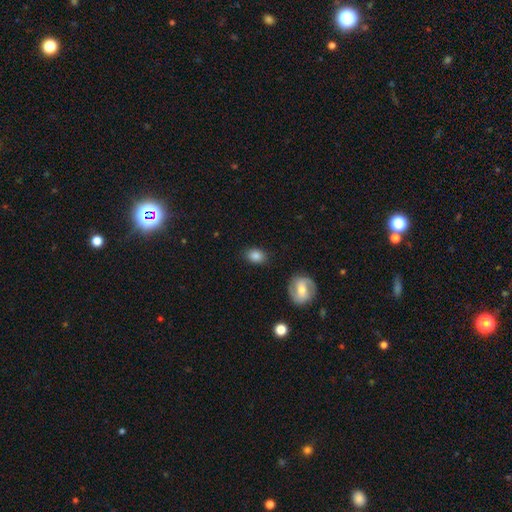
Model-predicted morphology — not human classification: This appears to be a smooth galaxy with no disk features (83%) that is in between round and cigar-shaped (67%). Merging: none (83%).